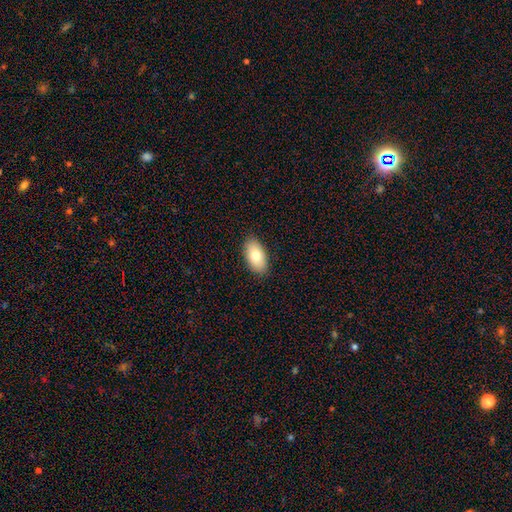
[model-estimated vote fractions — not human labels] This appears to be a smooth galaxy with no disk features (77%) that is in between round and cigar-shaped (94%). Merging: none (88%).